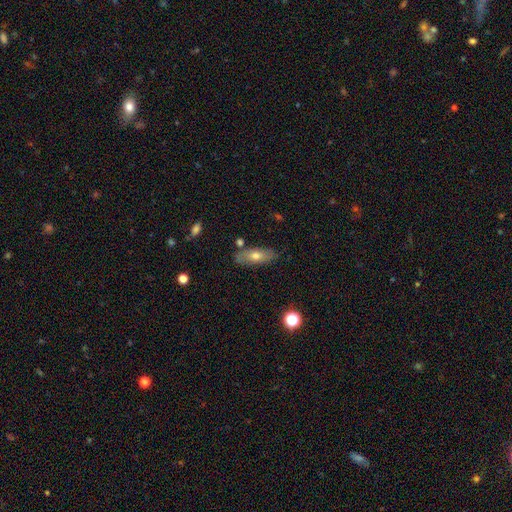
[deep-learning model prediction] The model was most divided on "smooth or featured": smooth: 62%, featured or disk: 30%, star or artifact: 8%. More confident: merging — none (78%); how rounded — in between (75%).